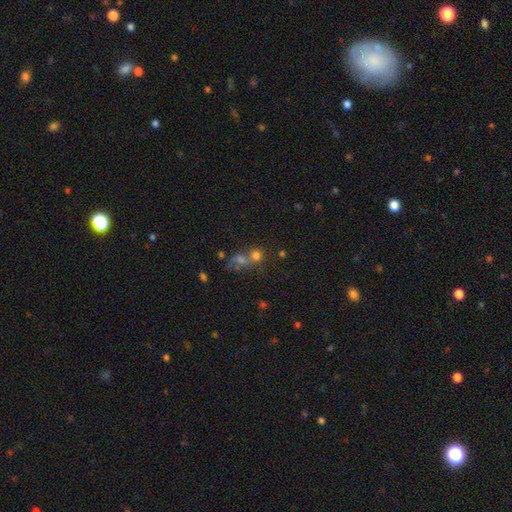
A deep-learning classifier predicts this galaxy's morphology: Smooth or featured? smooth (66%)
How rounded? round (76%)
Merging? merger (52%)